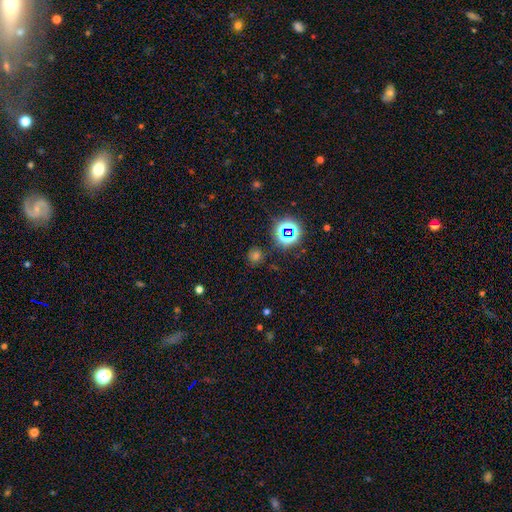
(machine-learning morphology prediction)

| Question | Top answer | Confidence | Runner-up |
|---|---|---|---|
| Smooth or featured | star or artifact | 49% | smooth (44%) |